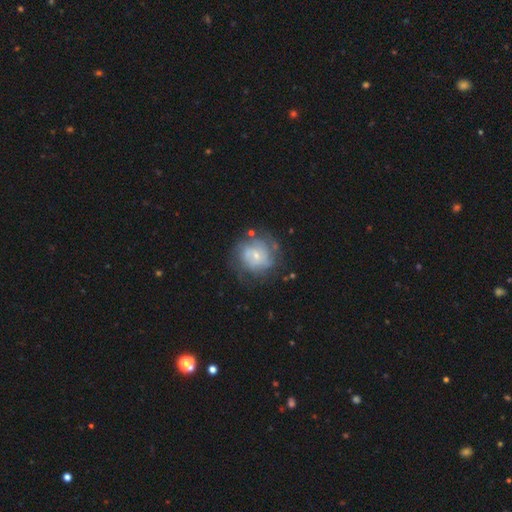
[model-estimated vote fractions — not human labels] featured or disk 61%, smooth 31%, star or artifact 8%. Down the decision tree: edge-on disk — no (97%); bar — no (65%); spiral arms — yes (72%); bulge size — small (67%); merging — none (64%).